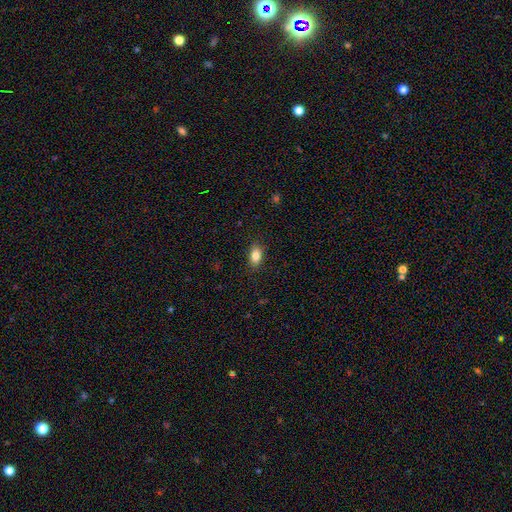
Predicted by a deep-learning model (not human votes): Overall: smooth (85%). How rounded: in between (87%). Merging: none (88%).